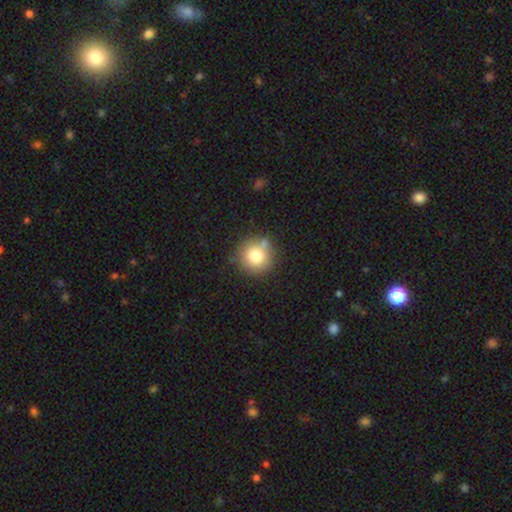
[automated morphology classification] smooth 78%, featured or disk 11%, star or artifact 11%. Down the decision tree: how rounded — round (93%); merging — none (74%).